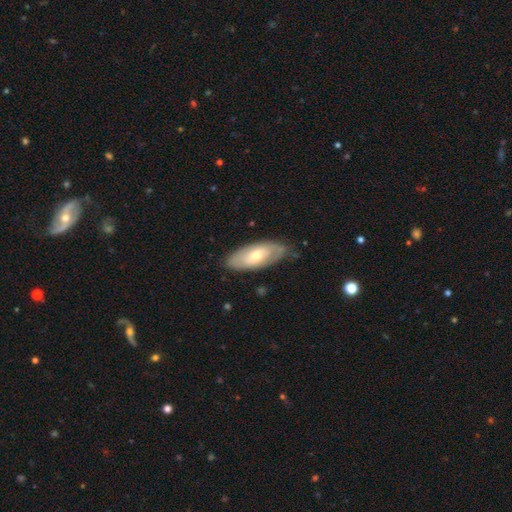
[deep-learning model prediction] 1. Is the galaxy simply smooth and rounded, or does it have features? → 48% smooth, 47% featured or disk, 6% star or artifact.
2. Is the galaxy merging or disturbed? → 76% none, 19% minor disturbance, 4% major disturbance, 1% merger.